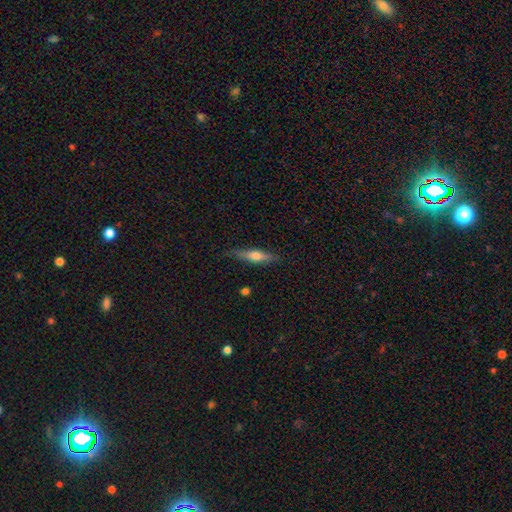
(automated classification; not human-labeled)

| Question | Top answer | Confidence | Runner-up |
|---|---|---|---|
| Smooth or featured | smooth | 51% | featured or disk (43%) |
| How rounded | cigar-shaped | 76% | in between (22%) |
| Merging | none | 83% | minor disturbance (13%) |